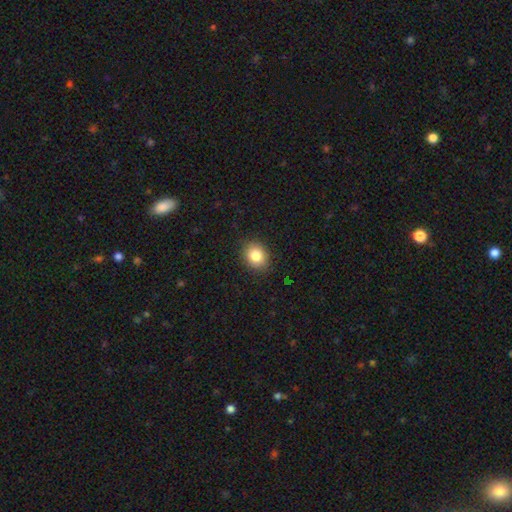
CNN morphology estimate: smooth_or_featured: smooth (p=0.84) [alt: star or artifact p=0.10]
how_rounded: round (p=0.57) [alt: in between p=0.42]
merging: none (p=0.89) [alt: minor disturbance p=0.08]